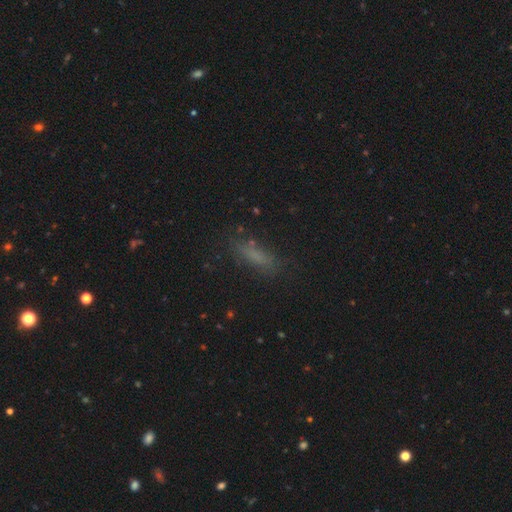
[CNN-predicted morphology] Smooth or featured?
  - smooth: 69% *
  - star or artifact: 17%
  - featured or disk: 14%
How rounded?
  - cigar-shaped: 56% *
  - in between: 41%
  - round: 3%
Merging?
  - none: 74% *
  - minor disturbance: 16%
  - major disturbance: 8%
  - merger: 2%